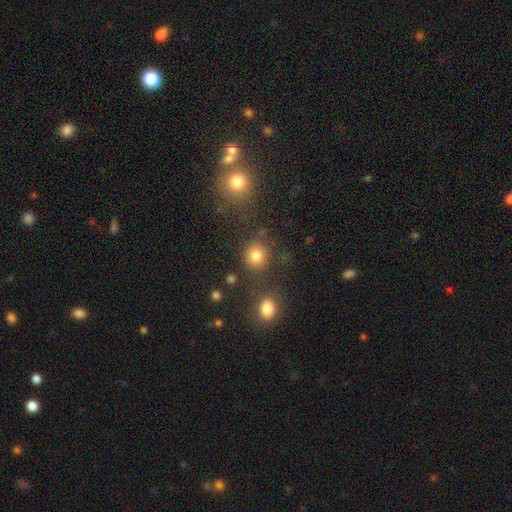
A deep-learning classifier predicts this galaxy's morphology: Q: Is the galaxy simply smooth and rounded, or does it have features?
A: smooth — 81%.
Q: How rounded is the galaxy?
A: round — 85%.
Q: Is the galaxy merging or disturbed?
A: none — 78%.